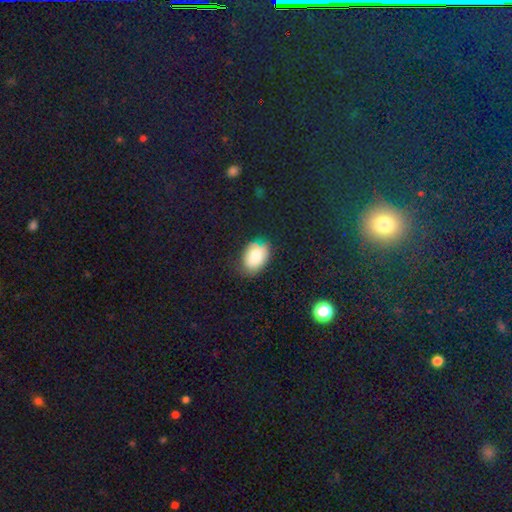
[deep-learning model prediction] Morphology: type=smooth (72%); roundness=in between (78%); merging=none (70%).